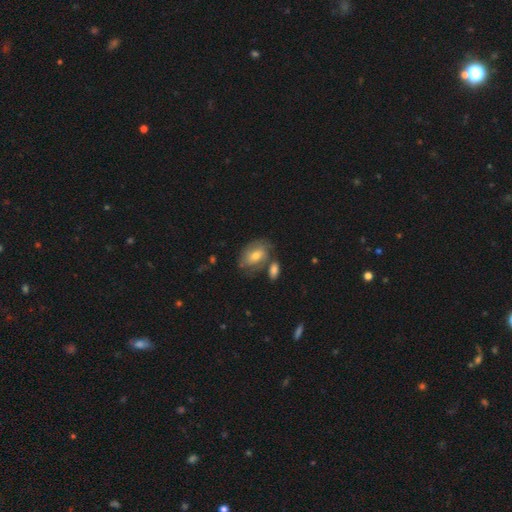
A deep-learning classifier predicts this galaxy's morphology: The model was most divided on "smooth or featured": smooth: 54%, featured or disk: 38%, star or artifact: 8%. More confident: how rounded — in between (83%); merging — none (53%).